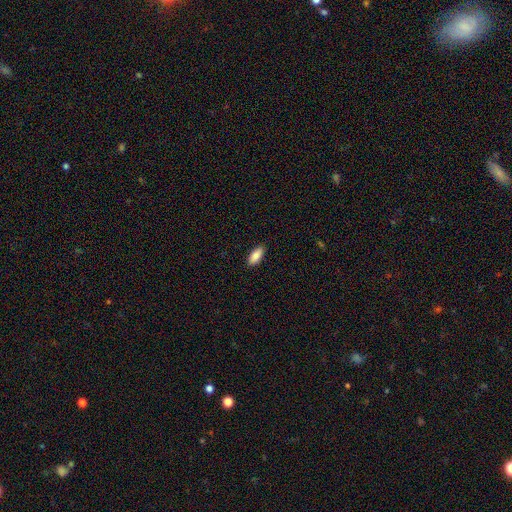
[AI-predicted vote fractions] A smooth galaxy with no disk features (87%) that is in between round and cigar-shaped (85%). Merging: none (87%).